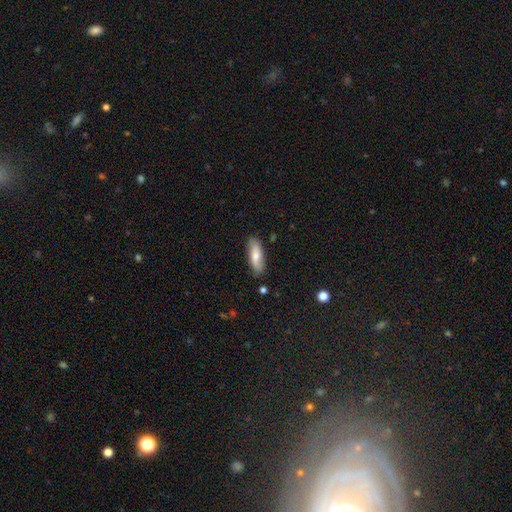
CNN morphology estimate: Smooth or featured: smooth — 72% (featured or disk — 22%)
How rounded: in between — 61% (cigar-shaped — 36%)
Merging: none — 83% (minor disturbance — 13%)